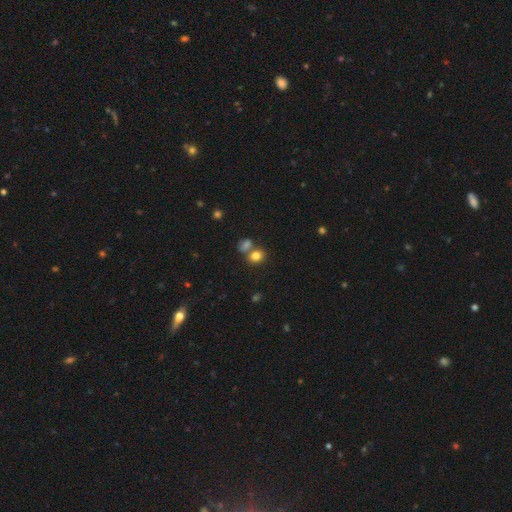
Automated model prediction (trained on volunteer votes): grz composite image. It shows a smooth galaxy with no disk features (81%) that is round (55%). Merging: none (53%).